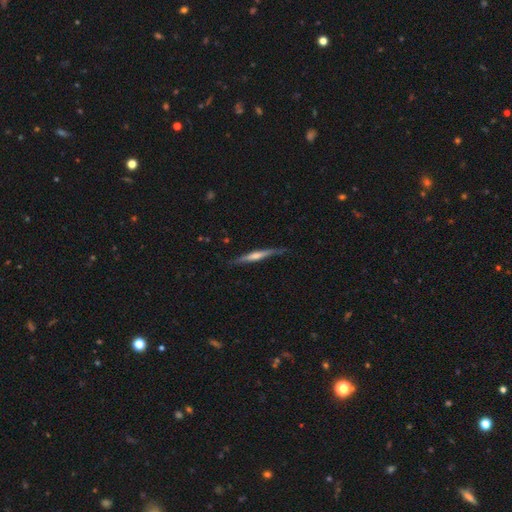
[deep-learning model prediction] smooth-or-featured: featured or disk: 62% | smooth: 33% | star or artifact: 6%
  disk-edge-on: yes: 97% | no: 3%
    edge-on-bulge: rounded: 58% | none: 27% | boxy: 15%
  merging: none: 82% | minor disturbance: 14% | major disturbance: 3% | merger: 1%